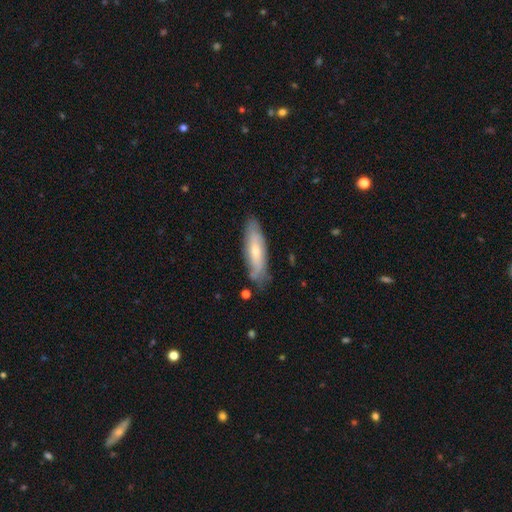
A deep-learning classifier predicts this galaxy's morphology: A smooth galaxy with no disk features (48%).

Vote fractions:
- Smooth or featured? smooth: 48% / featured or disk: 43% / star or artifact: 8%
- Merging? none: 83% / minor disturbance: 13% / major disturbance: 3% / merger: 2%